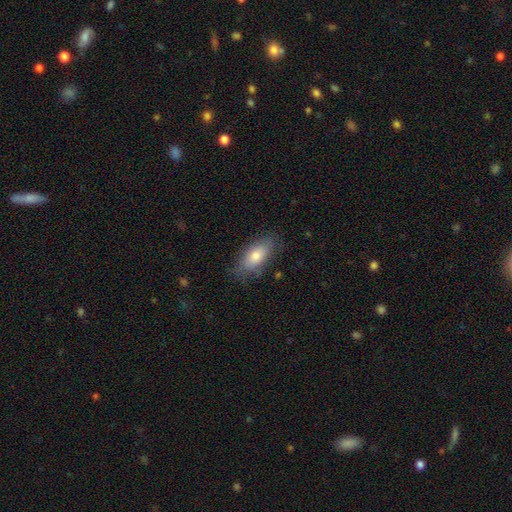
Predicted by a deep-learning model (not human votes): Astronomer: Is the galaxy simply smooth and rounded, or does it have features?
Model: smooth — 75%.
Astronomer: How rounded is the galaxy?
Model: in between — 86%.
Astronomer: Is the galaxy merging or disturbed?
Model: none — 76%.